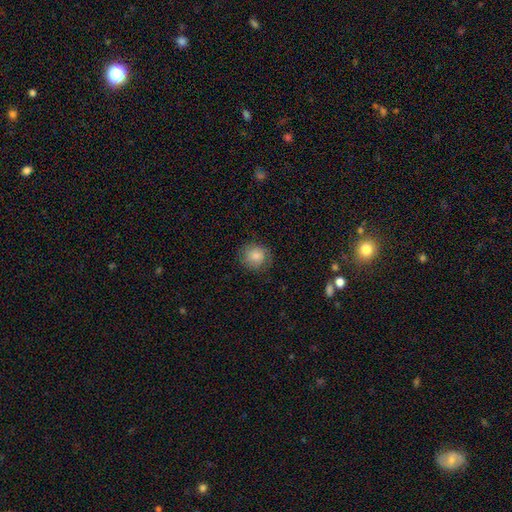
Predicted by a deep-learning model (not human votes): Morphology: type=smooth (80%); roundness=round (83%); merging=none (78%).